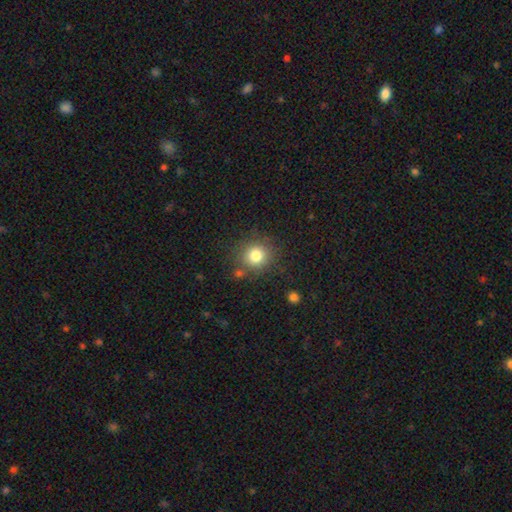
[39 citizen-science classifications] smooth 85%, featured or disk 8%, star or artifact 8%. Down the decision tree: how rounded — round (91%); merging — none (86%).